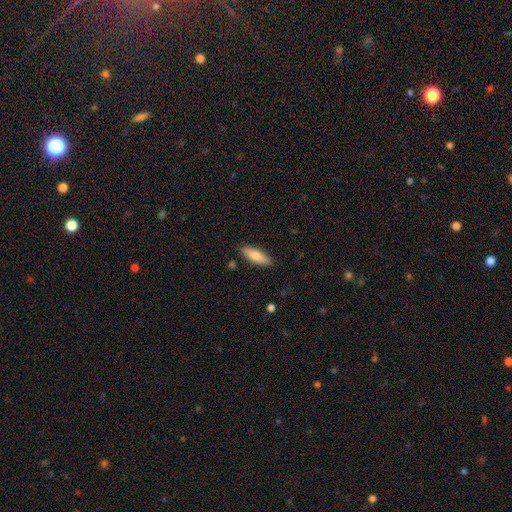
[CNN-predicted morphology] smooth 78%, featured or disk 16%, star or artifact 6%. Down the decision tree: how rounded — in between (57%); merging — none (86%).